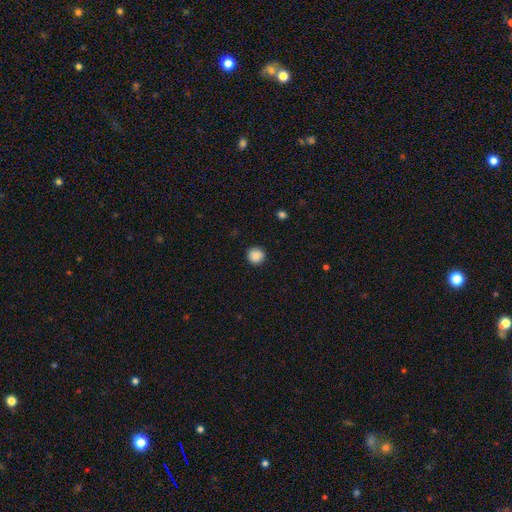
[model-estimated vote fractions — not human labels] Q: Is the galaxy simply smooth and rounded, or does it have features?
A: smooth — 88%.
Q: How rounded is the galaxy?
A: round — 95%.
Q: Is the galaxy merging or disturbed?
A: none — 92%.